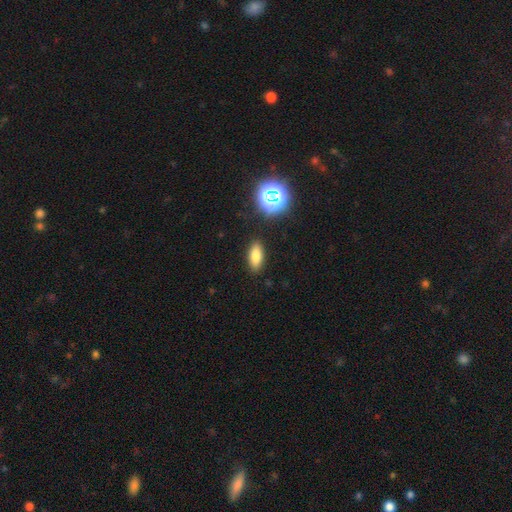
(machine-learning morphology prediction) Overall: smooth (76%). How rounded: in between (78%). Merging: none (88%).